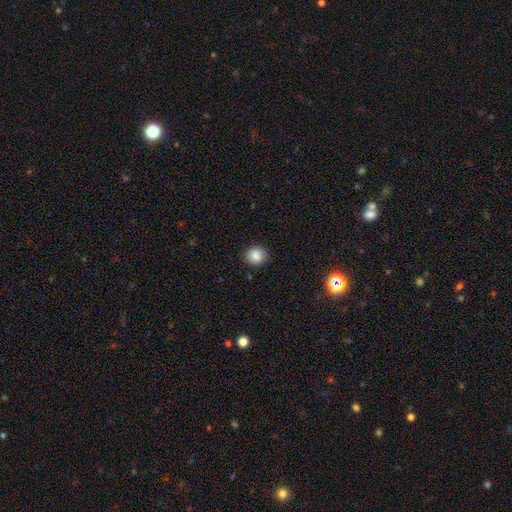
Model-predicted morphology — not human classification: This is clearly a smooth galaxy (86%). How rounded: clearly round (85%). Merging: clearly none (89%).